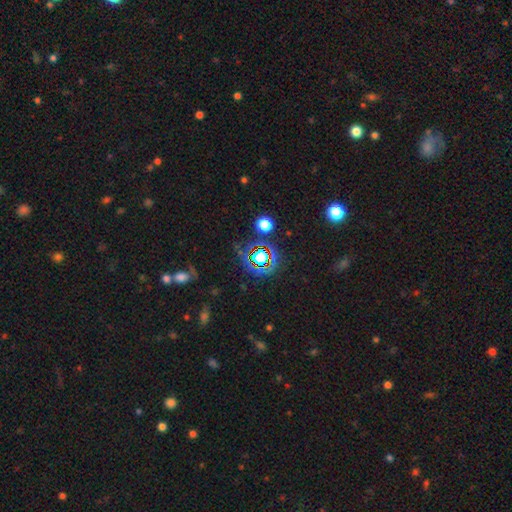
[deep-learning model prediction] smooth_or_featured: star or artifact (p=0.70) [alt: smooth p=0.20]